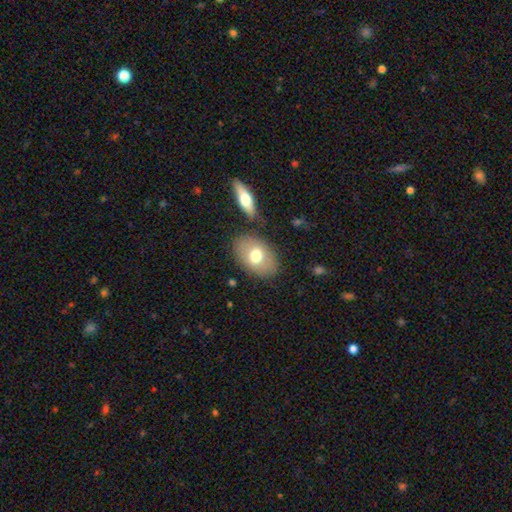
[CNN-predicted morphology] A smooth galaxy with no disk features (69%) that is in between round and cigar-shaped (85%).

Vote fractions:
- Smooth or featured? smooth: 69% / featured or disk: 24% / star or artifact: 7%
- How rounded? in between: 85% / round: 14% / cigar-shaped: 1%
- Merging? none: 78% / minor disturbance: 12% / merger: 7% / major disturbance: 4%